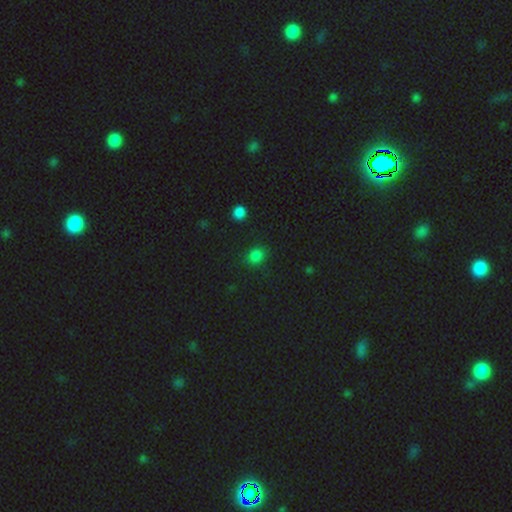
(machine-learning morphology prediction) type=smooth (80%); roundness=round (68%); merging=none (85%).